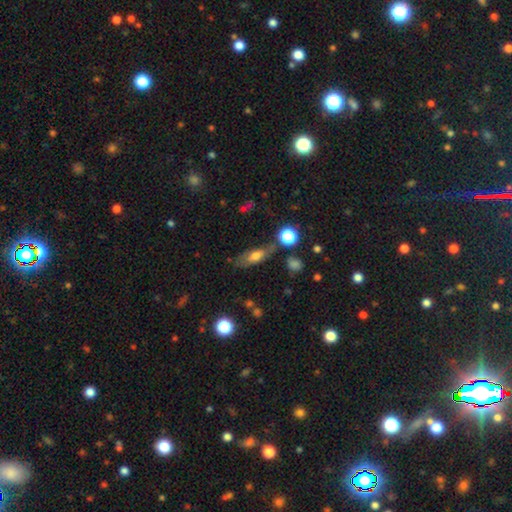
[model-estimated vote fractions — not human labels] Smooth or featured? Predicted: smooth (p=0.61). How rounded? Predicted: in between (p=0.64). Merging? Predicted: none (p=0.60).